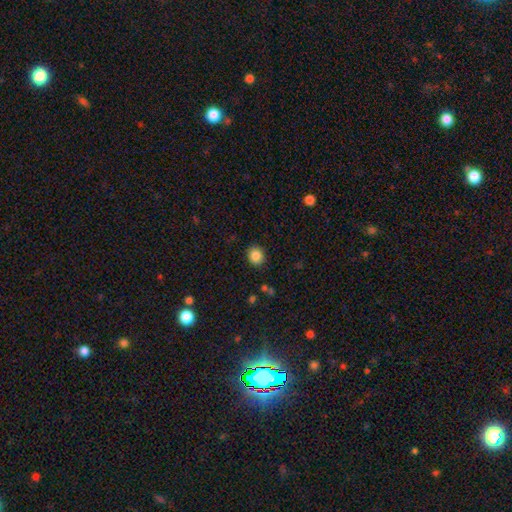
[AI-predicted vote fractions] This is clearly a smooth galaxy (85%). How rounded: likely round (78%). Merging: clearly none (89%).